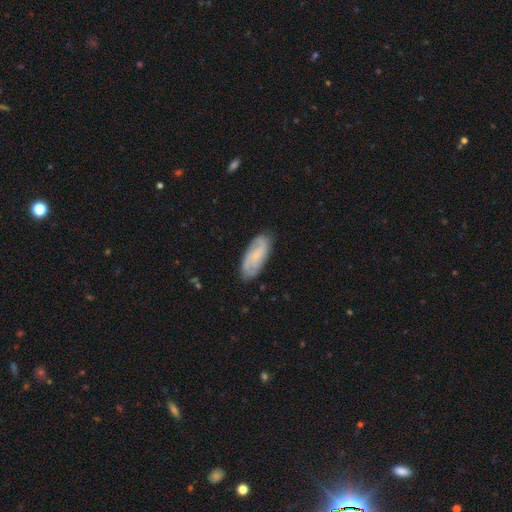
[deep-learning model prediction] Morphology: type=featured or disk (58%); edge-on=no (92%); bar=no (64%); spiral arms=yes (90%); bulge=small (71%); merging=none (81%).